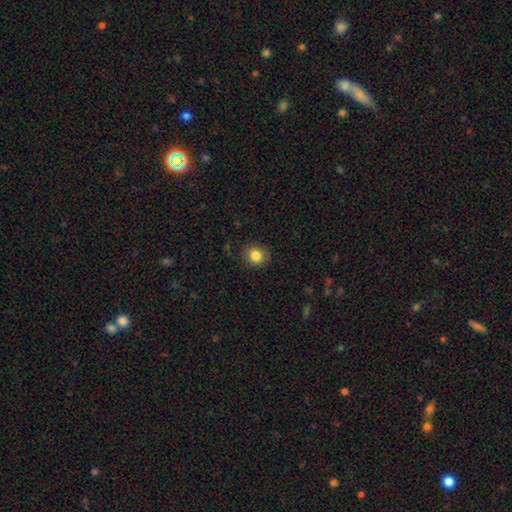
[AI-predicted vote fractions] Smooth or featured? Predicted: smooth (p=0.84). How rounded? Predicted: round (p=0.74). Merging? Predicted: none (p=0.88).